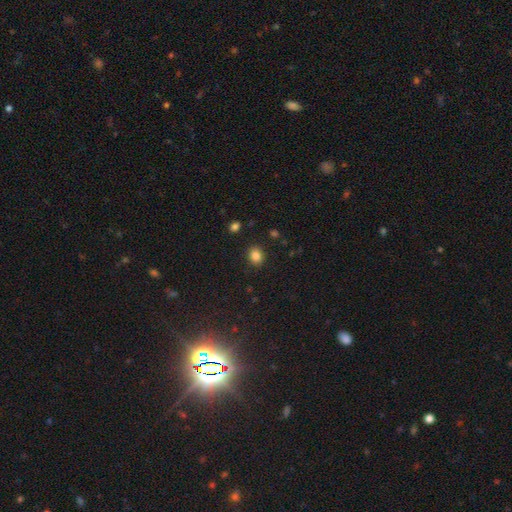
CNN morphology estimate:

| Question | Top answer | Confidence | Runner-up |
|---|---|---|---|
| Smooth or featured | smooth | 84% | star or artifact (11%) |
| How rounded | round | 67% | in between (33%) |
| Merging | none | 89% | minor disturbance (7%) |